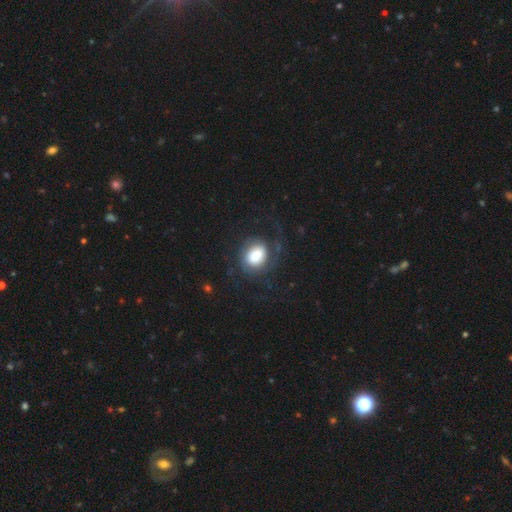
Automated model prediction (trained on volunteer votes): Overall: smooth (52%; featured or disk 39%). How rounded: in between (52%; round 46%). Merging: none (60%; major disturbance 23%).